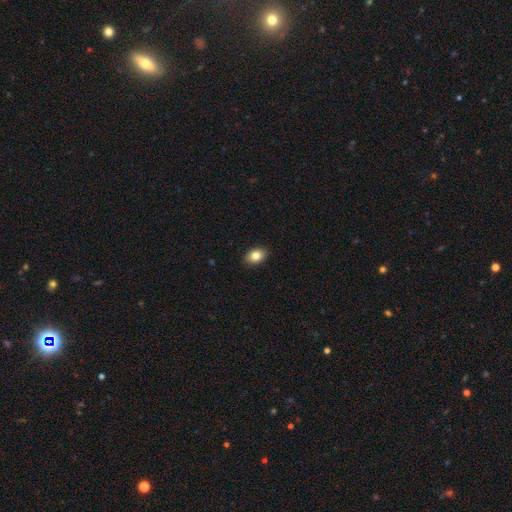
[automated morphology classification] Q: Smooth or featured?
A: smooth (83%); runner-up: star or artifact (9%)
Q: How rounded?
A: in between (78%); runner-up: round (21%)
Q: Merging?
A: none (89%); runner-up: minor disturbance (8%)